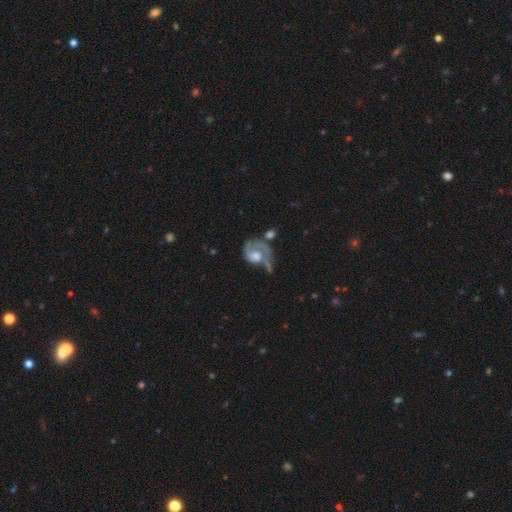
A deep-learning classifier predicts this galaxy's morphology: This is likely a featured or disk galaxy (72%). It is clearly not viewed edge-on (98%). Bar: likely no (77%). Spiral arm pattern: likely yes (79%). Spiral arm count: likely 1 (65%). Spiral winding: marginally tight (45%). Central bulge: marginally moderate (41%). Merging: marginally none (34%).